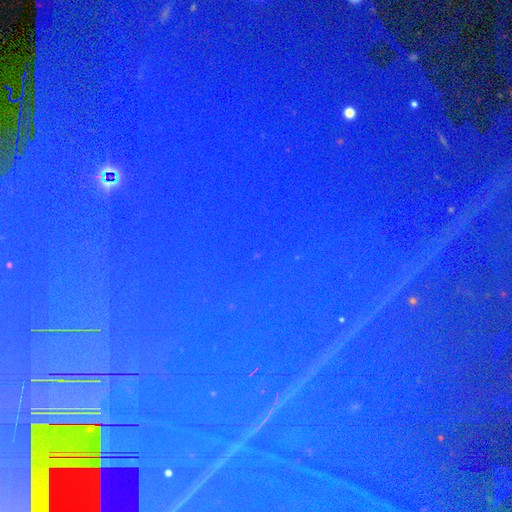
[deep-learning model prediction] star or artifact 78%, smooth 13%, featured or disk 9%.